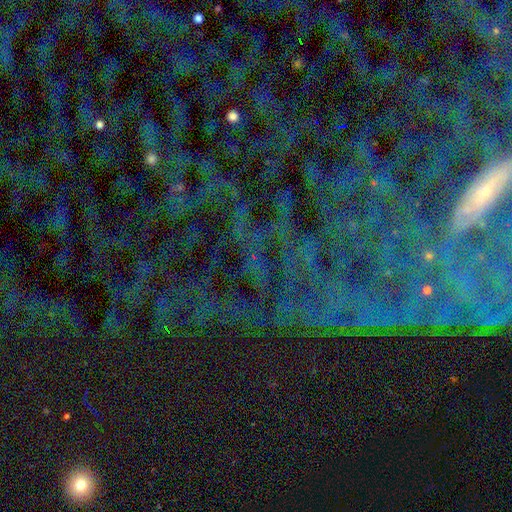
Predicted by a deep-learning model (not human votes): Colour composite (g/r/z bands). It shows a star or artifact, not a galaxy (79%).